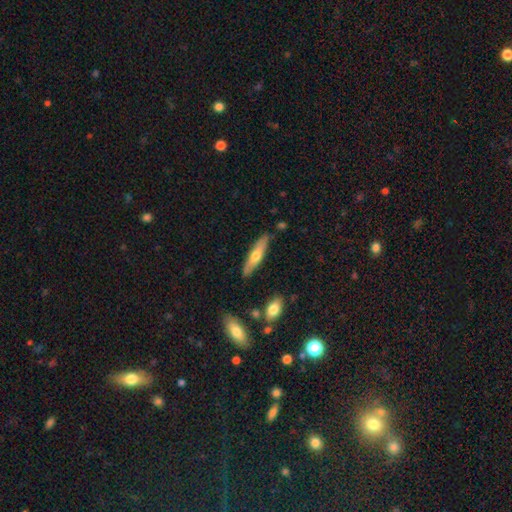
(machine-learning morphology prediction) Overall: smooth (55%; featured or disk 39%). How rounded: cigar-shaped (78%). Merging: none (84%).